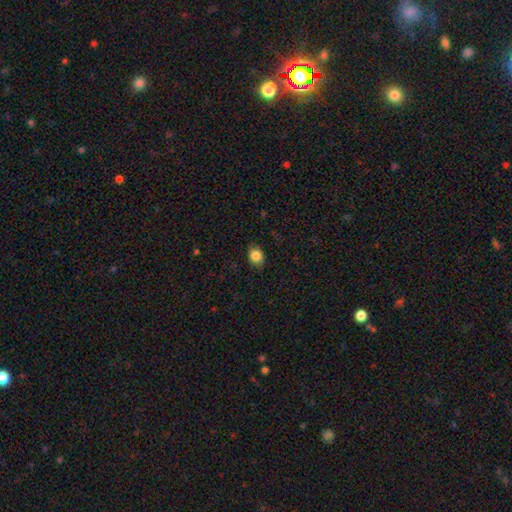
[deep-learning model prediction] Q: Smooth or featured?
A: smooth (84%); runner-up: star or artifact (9%)
Q: How rounded?
A: round (53%); runner-up: in between (46%)
Q: Merging?
A: none (81%); runner-up: minor disturbance (15%)